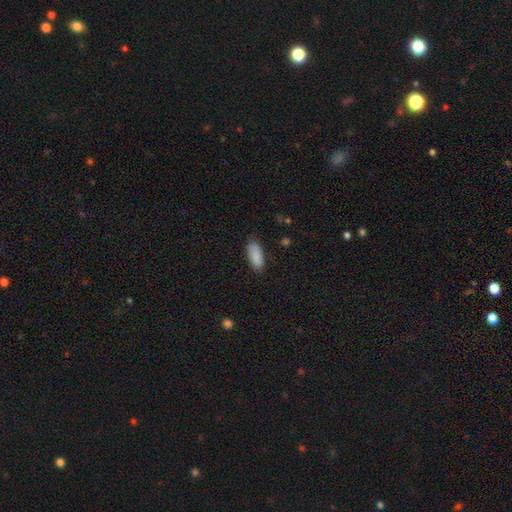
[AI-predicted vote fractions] The model was most divided on "merging": none: 81%, minor disturbance: 15%, major disturbance: 3%, merger: 1%. More confident: smooth or featured — smooth (89%); how rounded — in between (83%).